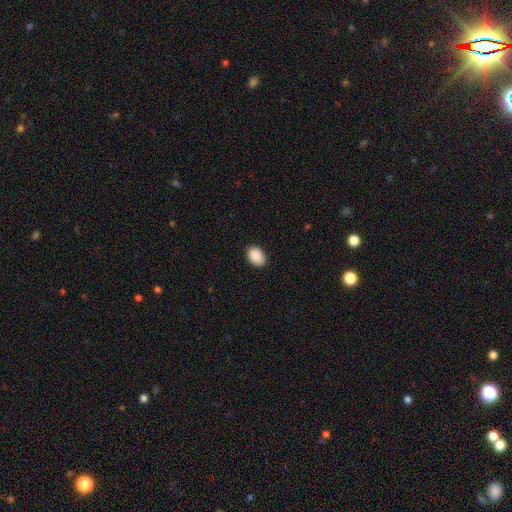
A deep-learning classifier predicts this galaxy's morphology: A smooth galaxy with no disk features (90%) that is in between round and cigar-shaped (82%).

Vote fractions:
- Smooth or featured? smooth: 90% / star or artifact: 7% / featured or disk: 3%
- How rounded? in between: 82% / round: 17% / cigar-shaped: 1%
- Merging? none: 85% / minor disturbance: 12% / major disturbance: 2% / merger: 1%